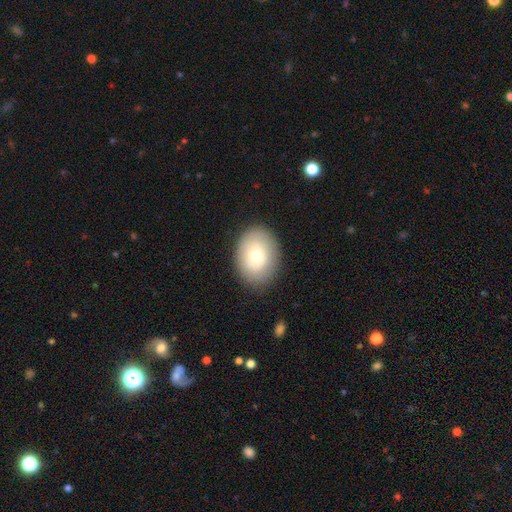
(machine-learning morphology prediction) The model was most divided on "how rounded": in between: 66%, round: 33%, cigar-shaped: 1%. More confident: merging — none (84%); smooth or featured — smooth (72%).